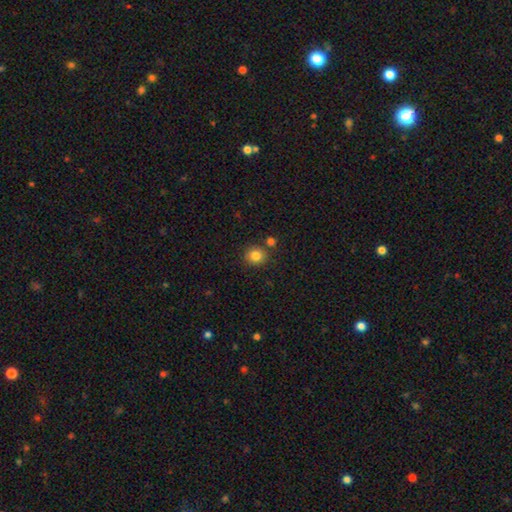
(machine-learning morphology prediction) smooth_or_featured: smooth (p=0.84) [alt: star or artifact p=0.11]
how_rounded: round (p=0.87) [alt: in between p=0.12]
merging: none (p=0.80) [alt: merger p=0.09]